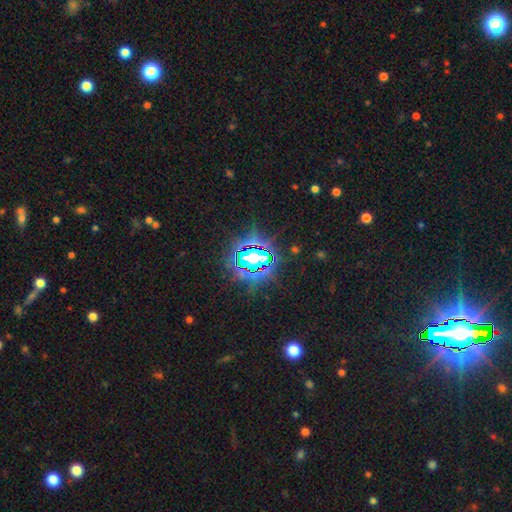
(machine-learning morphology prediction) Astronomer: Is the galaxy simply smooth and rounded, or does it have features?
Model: star or artifact — 84%.